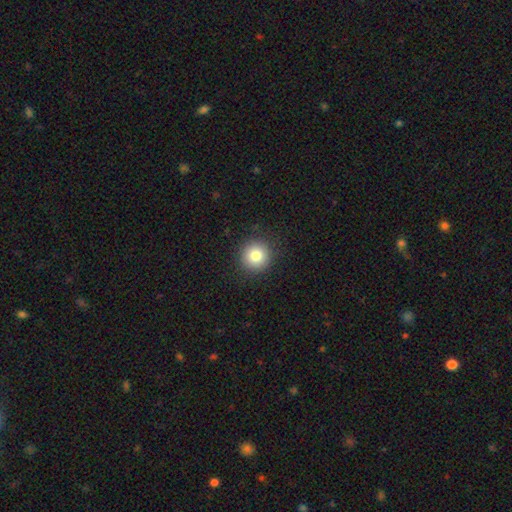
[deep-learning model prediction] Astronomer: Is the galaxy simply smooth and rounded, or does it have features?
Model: smooth — 82%.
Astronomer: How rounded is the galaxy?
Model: round — 94%.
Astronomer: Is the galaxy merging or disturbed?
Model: none — 91%.